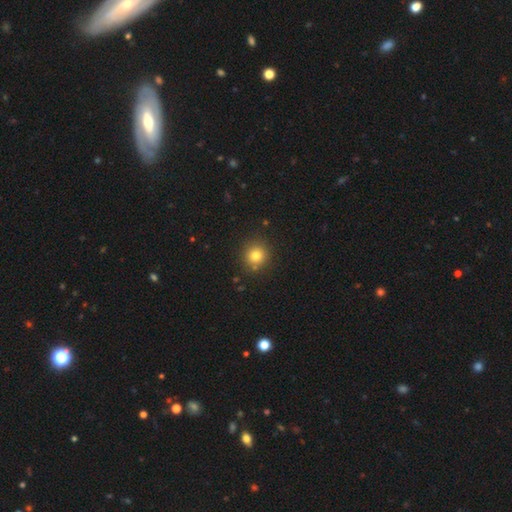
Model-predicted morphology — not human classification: This is likely a smooth galaxy (80%). How rounded: clearly round (91%). Merging: clearly none (87%).